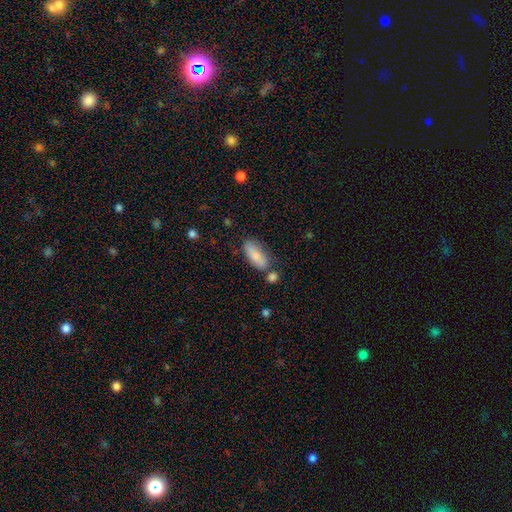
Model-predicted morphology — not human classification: A smooth galaxy with no disk features (83%) that is in between round and cigar-shaped (79%).

Vote fractions:
- Smooth or featured? smooth: 83% / featured or disk: 11% / star or artifact: 6%
- How rounded? in between: 79% / cigar-shaped: 18% / round: 2%
- Merging? none: 65% / minor disturbance: 19% / merger: 12% / major disturbance: 5%